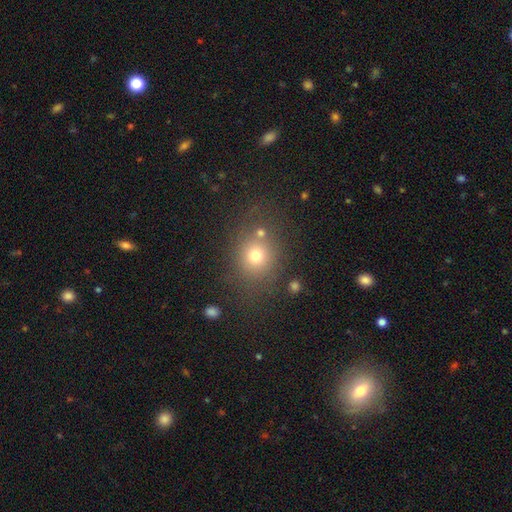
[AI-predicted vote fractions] Smooth or featured? smooth (72%)
How rounded? round (75%)
Merging? none (73%)